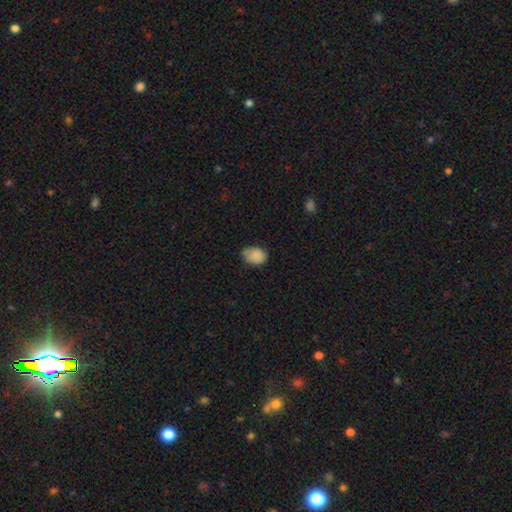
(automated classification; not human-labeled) Q: Smooth or featured?
A: smooth (86%); runner-up: star or artifact (8%)
Q: How rounded?
A: in between (72%); runner-up: round (27%)
Q: Merging?
A: none (63%); runner-up: minor disturbance (30%)